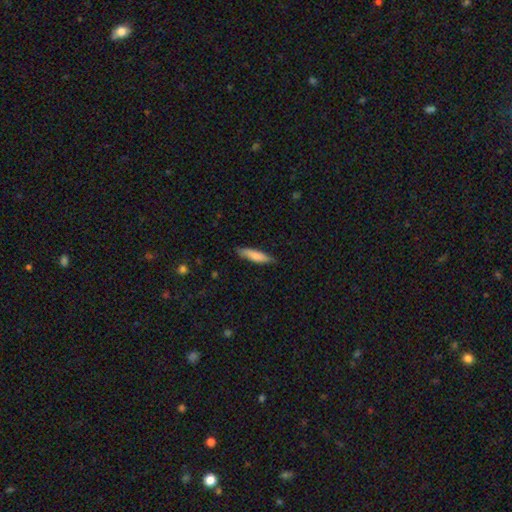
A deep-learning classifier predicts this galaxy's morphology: Smooth or featured: smooth — 79% (featured or disk — 16%)
How rounded: cigar-shaped — 76% (in between — 22%)
Merging: none — 85% (minor disturbance — 12%)